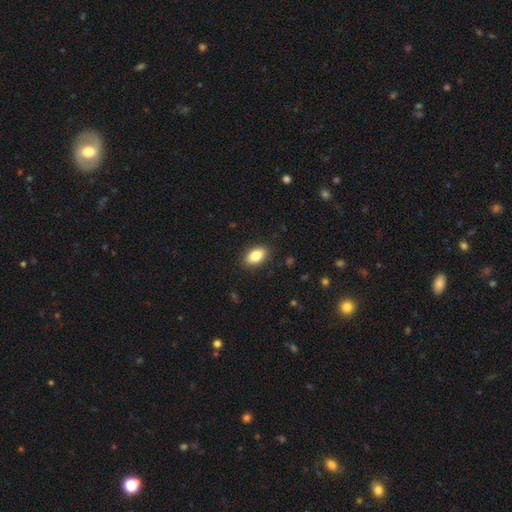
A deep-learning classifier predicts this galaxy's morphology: smooth-or-featured: smooth: 84% | featured or disk: 8% | star or artifact: 7%
  how-rounded: in between: 91% | round: 7% | cigar-shaped: 2%
  merging: none: 88% | minor disturbance: 9% | major disturbance: 2% | merger: 1%